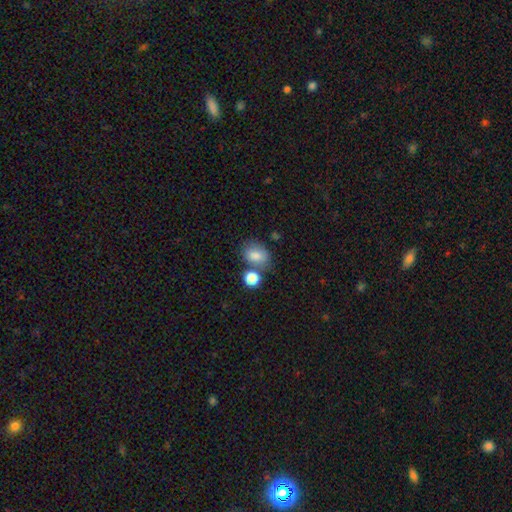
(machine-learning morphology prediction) type=smooth (81%); roundness=in between (67%); merging=none (58%).